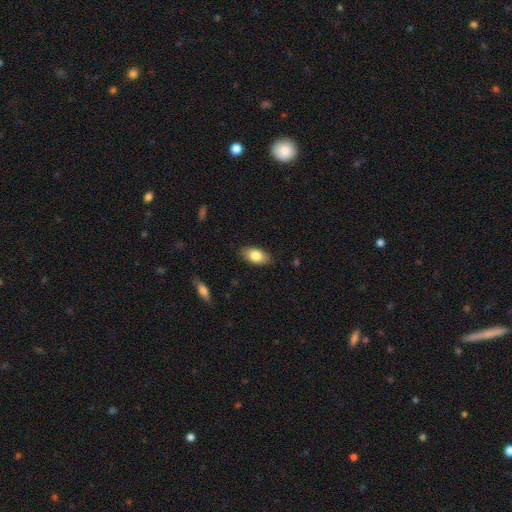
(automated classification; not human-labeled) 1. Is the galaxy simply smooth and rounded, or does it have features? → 81% smooth, 12% featured or disk, 7% star or artifact.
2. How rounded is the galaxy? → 92% in between, 5% round, 3% cigar-shaped.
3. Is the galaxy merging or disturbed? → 86% none, 10% minor disturbance, 2% major disturbance, 1% merger.